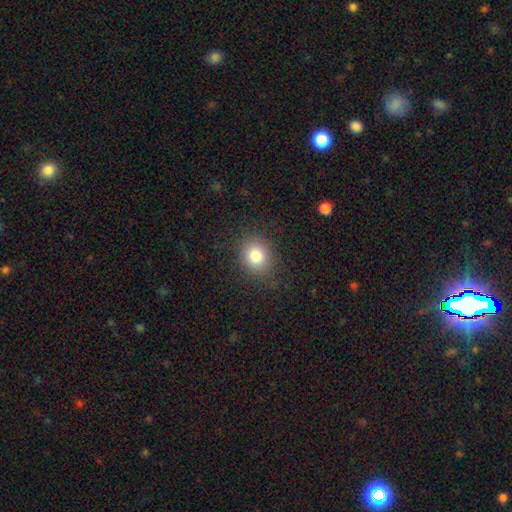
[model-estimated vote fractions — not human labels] A smooth galaxy with no disk features (80%) that is round (66%). Merging: none (86%).